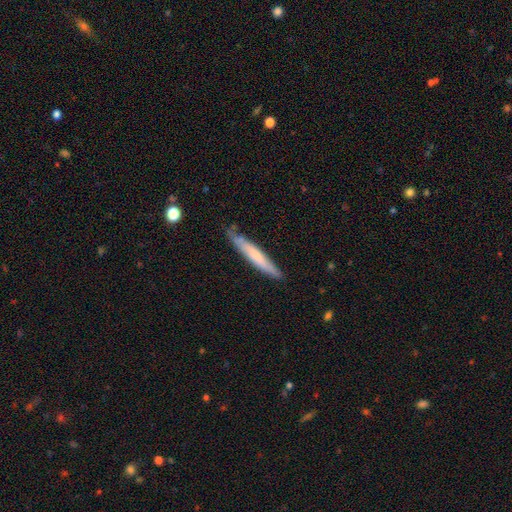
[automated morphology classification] Smooth or featured? Predicted: smooth (p=0.61). How rounded? Predicted: cigar-shaped (p=0.94). Merging? Predicted: none (p=0.78).